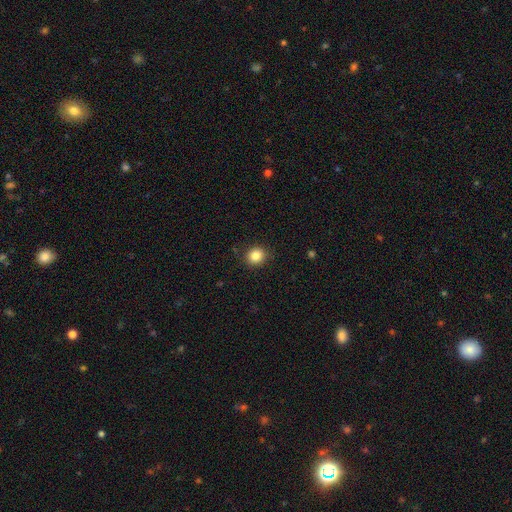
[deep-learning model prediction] Smooth or featured? Predicted: smooth (p=0.85). How rounded? Predicted: round (p=0.82). Merging? Predicted: none (p=0.89).